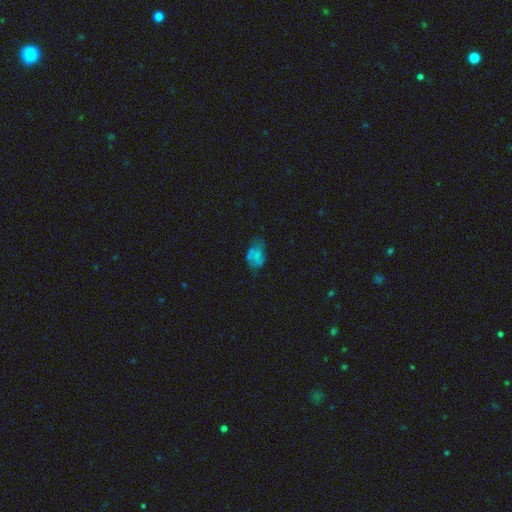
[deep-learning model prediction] Smooth or featured? smooth (53%)
How rounded? in between (89%)
Merging? none (42%)